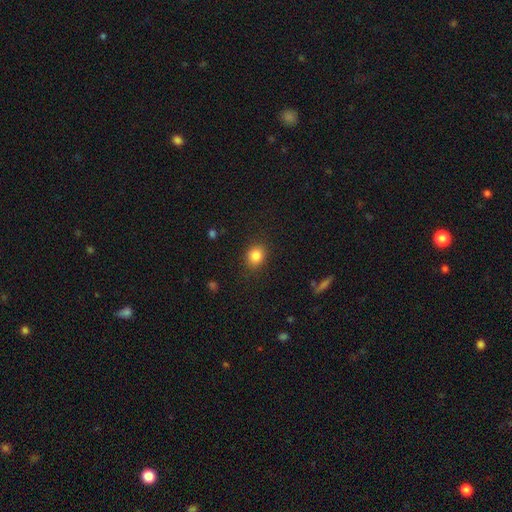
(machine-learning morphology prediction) Smooth or featured?
  - smooth: 84% *
  - star or artifact: 10%
  - featured or disk: 5%
How rounded?
  - round: 64% *
  - in between: 35%
  - cigar-shaped: 1%
Merging?
  - none: 87% *
  - minor disturbance: 9%
  - major disturbance: 3%
  - merger: 1%